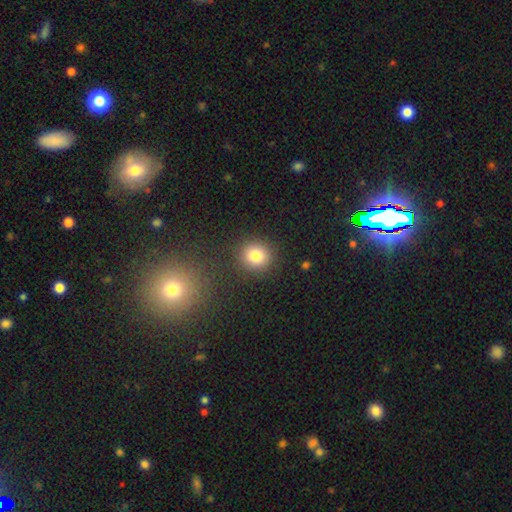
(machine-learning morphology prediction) smooth 82%, star or artifact 12%, featured or disk 6%. Down the decision tree: how rounded — round (83%); merging — none (88%).